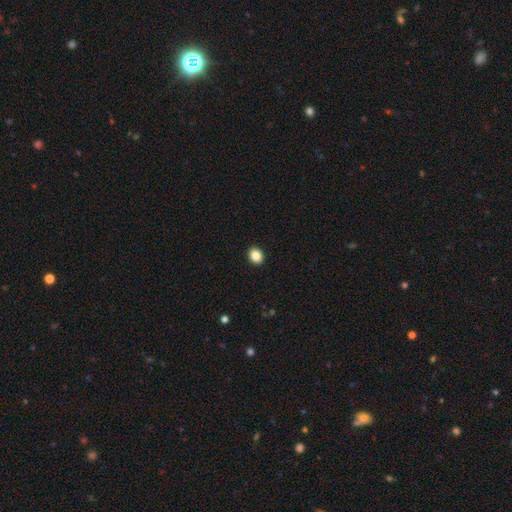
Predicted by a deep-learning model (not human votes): Morphology: type=smooth (87%); roundness=in between (50%); merging=none (93%).